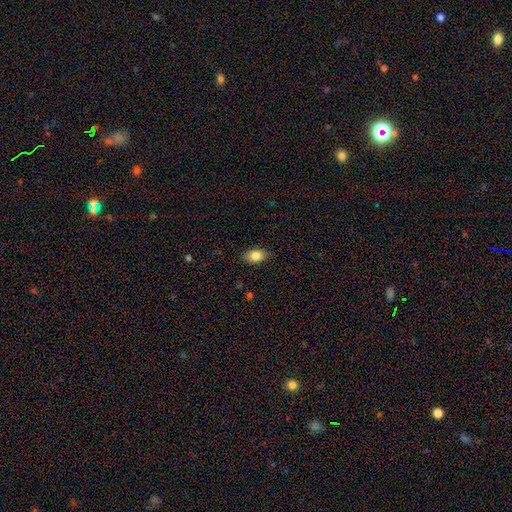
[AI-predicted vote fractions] Smooth or featured? smooth (82%)
How rounded? in between (85%)
Merging? none (86%)